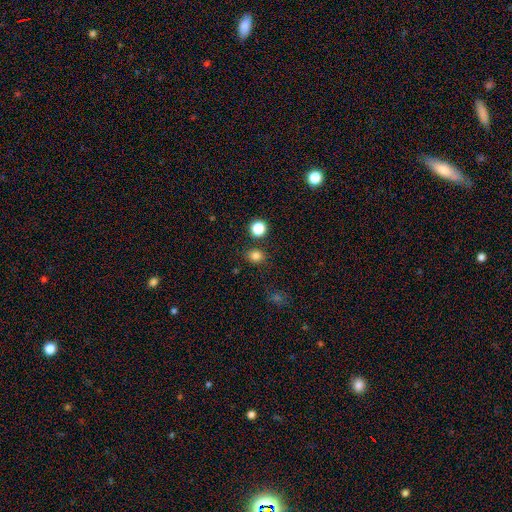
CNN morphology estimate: Smooth or featured: smooth — 81% (star or artifact — 14%)
How rounded: round — 72% (in between — 27%)
Merging: none — 85% (minor disturbance — 8%)